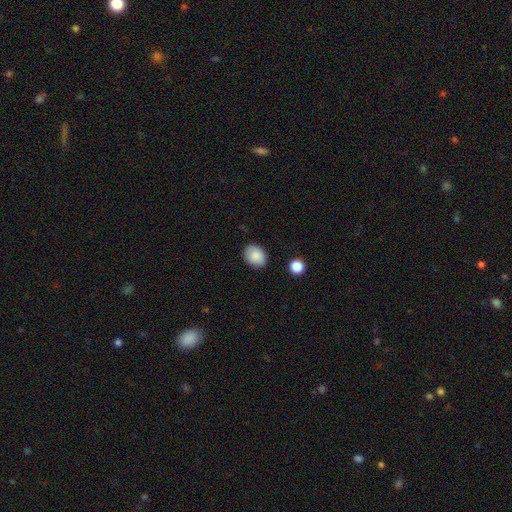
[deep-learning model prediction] A smooth galaxy with no disk features (88%) that is in between round and cigar-shaped (64%).

Vote fractions:
- Smooth or featured? smooth: 88% / star or artifact: 7% / featured or disk: 5%
- How rounded? in between: 64% / round: 35% / cigar-shaped: 1%
- Merging? none: 86% / minor disturbance: 10% / major disturbance: 2% / merger: 1%